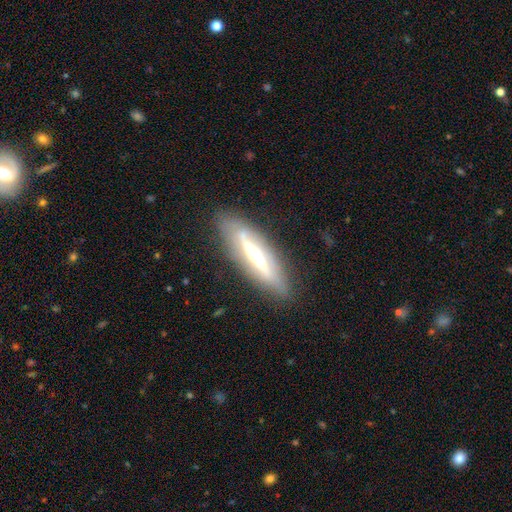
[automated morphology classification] type=featured or disk (69%); edge-on=yes (66%); merging=none (80%).